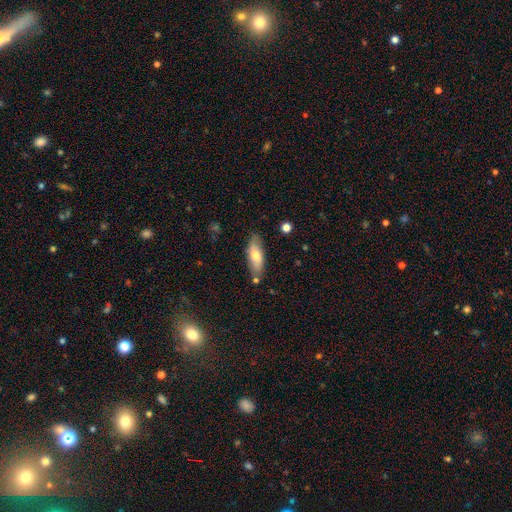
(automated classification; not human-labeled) The model was most divided on "how rounded": in between: 64%, cigar-shaped: 33%, round: 2%. More confident: merging — none (77%); smooth or featured — smooth (65%).